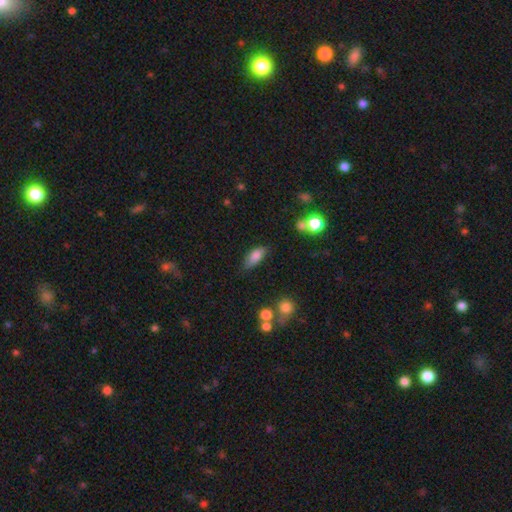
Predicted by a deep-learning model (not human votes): Smooth or featured?
  - smooth: 80% *
  - featured or disk: 12%
  - star or artifact: 8%
How rounded?
  - in between: 80% *
  - cigar-shaped: 17%
  - round: 4%
Merging?
  - none: 69% *
  - minor disturbance: 22%
  - major disturbance: 5%
  - merger: 3%